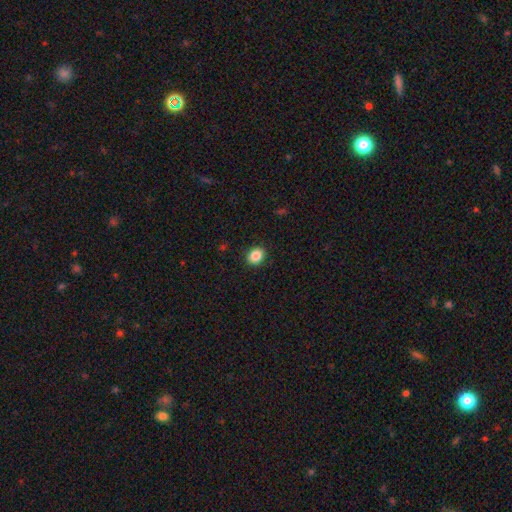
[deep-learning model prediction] The model was most divided on "how rounded": round: 50%, in between: 49%, cigar-shaped: 1%. More confident: merging — none (90%); smooth or featured — smooth (87%).